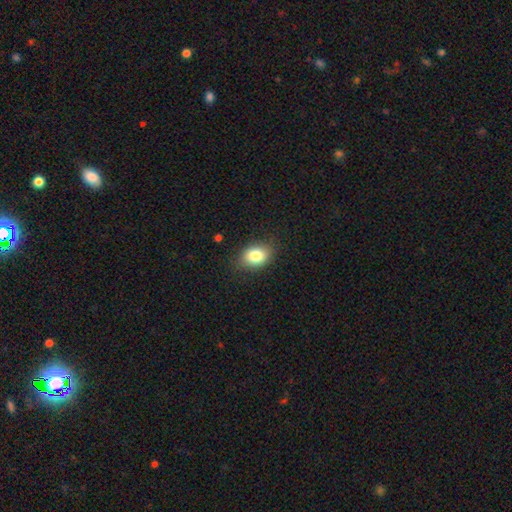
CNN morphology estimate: smooth_or_featured: smooth (p=0.83) [alt: star or artifact p=0.09]
how_rounded: in between (p=0.73) [alt: round p=0.26]
merging: none (p=0.82) [alt: minor disturbance p=0.14]